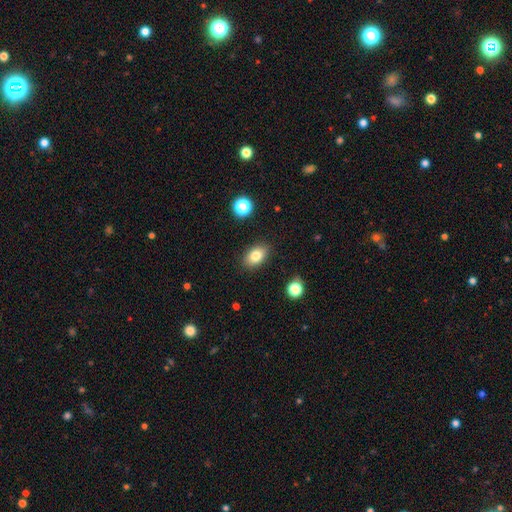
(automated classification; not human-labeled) Q: Smooth or featured?
A: smooth (80%); runner-up: featured or disk (10%)
Q: How rounded?
A: in between (86%); runner-up: round (12%)
Q: Merging?
A: none (87%); runner-up: minor disturbance (9%)